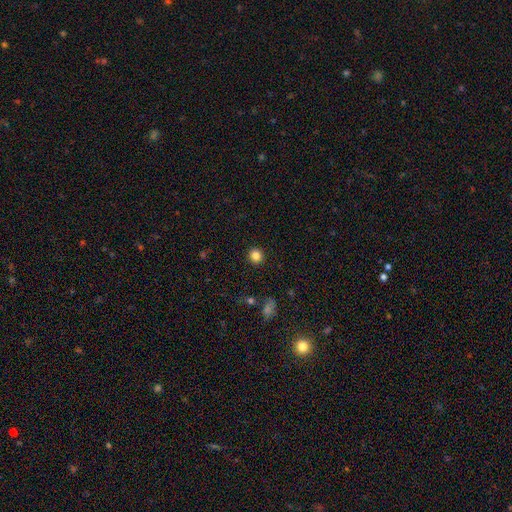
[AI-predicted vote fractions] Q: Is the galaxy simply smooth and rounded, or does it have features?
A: smooth — 84%.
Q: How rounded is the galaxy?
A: round — 91%.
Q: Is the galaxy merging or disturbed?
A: none — 92%.